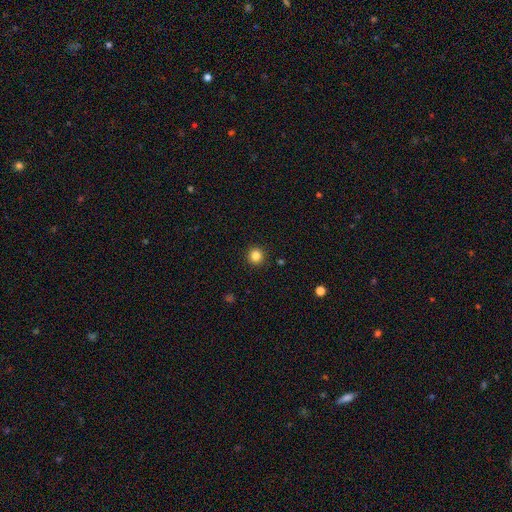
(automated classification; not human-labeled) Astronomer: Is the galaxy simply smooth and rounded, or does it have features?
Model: smooth — 84%.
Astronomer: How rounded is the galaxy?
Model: round — 95%.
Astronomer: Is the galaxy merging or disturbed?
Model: none — 93%.